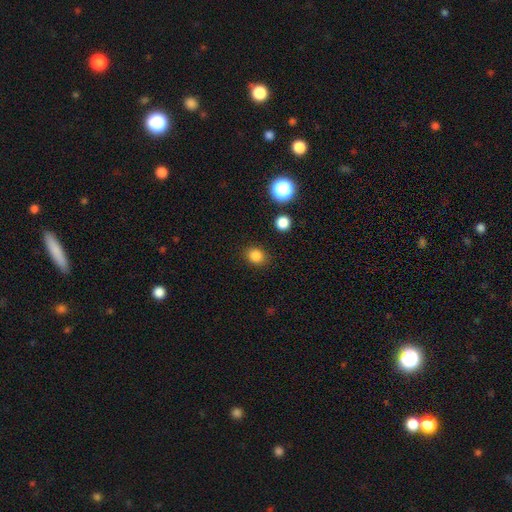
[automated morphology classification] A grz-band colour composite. It shows a smooth galaxy with no disk features (84%) that is round (65%). Merging: none (87%).